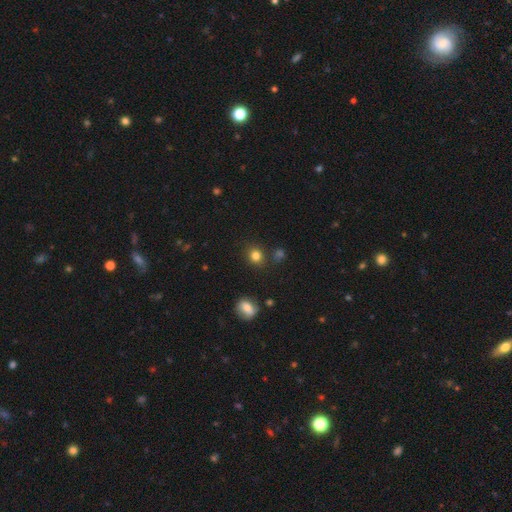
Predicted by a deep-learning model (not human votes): Smooth or featured: smooth — 82% (star or artifact — 13%)
How rounded: round — 83% (in between — 16%)
Merging: none — 83% (minor disturbance — 9%)